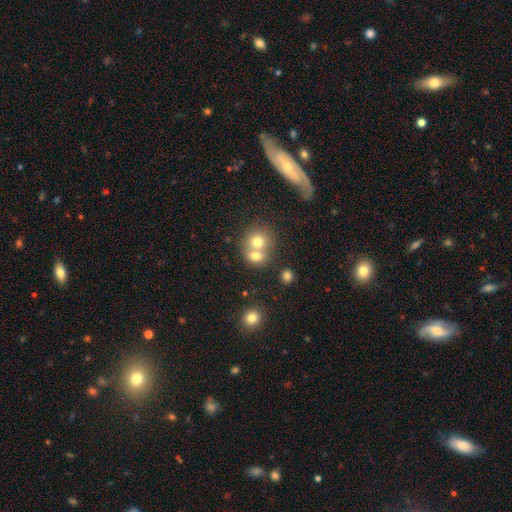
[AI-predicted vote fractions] smooth 72%, featured or disk 16%, star or artifact 11%. Down the decision tree: how rounded — round (70%); merging — merger (61%).